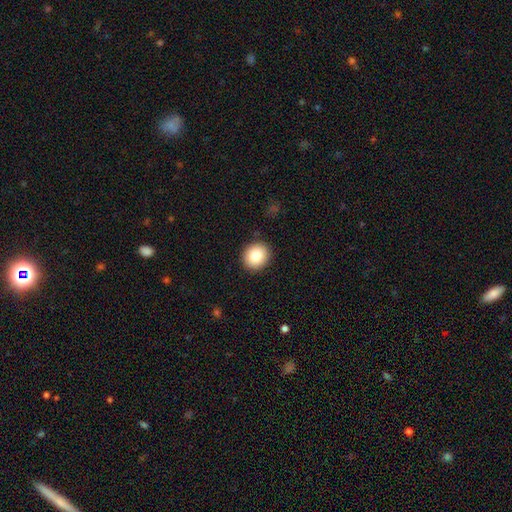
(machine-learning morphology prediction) A smooth galaxy with no disk features (83%) that is round (79%). Merging: none (90%).